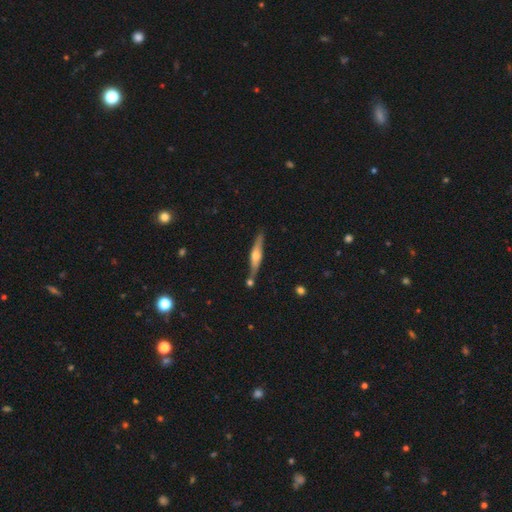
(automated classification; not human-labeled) featured or disk 62%, smooth 32%, star or artifact 6%. Down the decision tree: edge-on disk — yes (94%); edge-on bulge — rounded (88%); merging — none (73%).